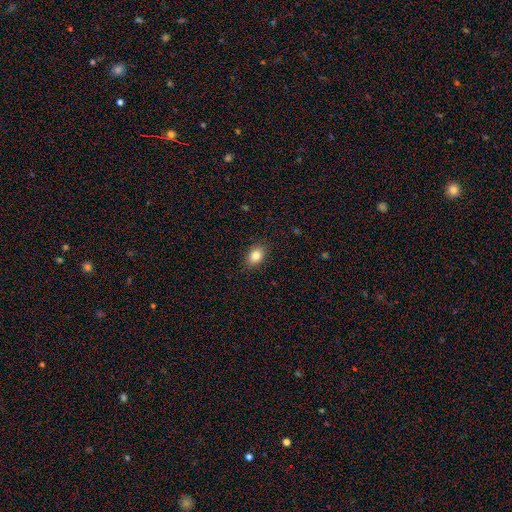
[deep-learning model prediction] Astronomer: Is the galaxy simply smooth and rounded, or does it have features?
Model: smooth — 82%.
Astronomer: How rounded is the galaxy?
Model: in between — 73%.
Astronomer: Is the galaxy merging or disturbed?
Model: none — 87%.